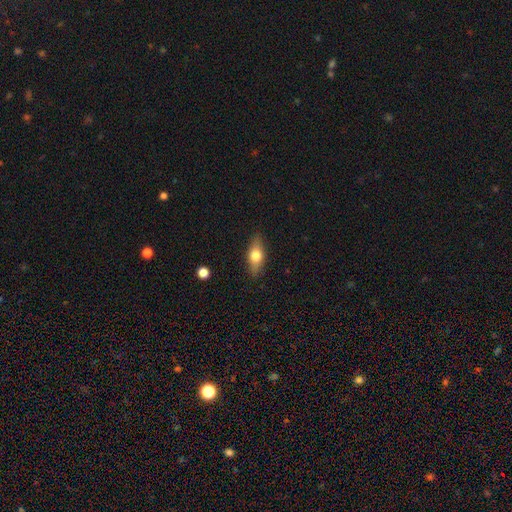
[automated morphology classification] smooth-or-featured: smooth: 64% | featured or disk: 29% | star or artifact: 7%
  how-rounded: in between: 73% | cigar-shaped: 21% | round: 6%
  merging: none: 86% | minor disturbance: 10% | major disturbance: 2% | merger: 1%